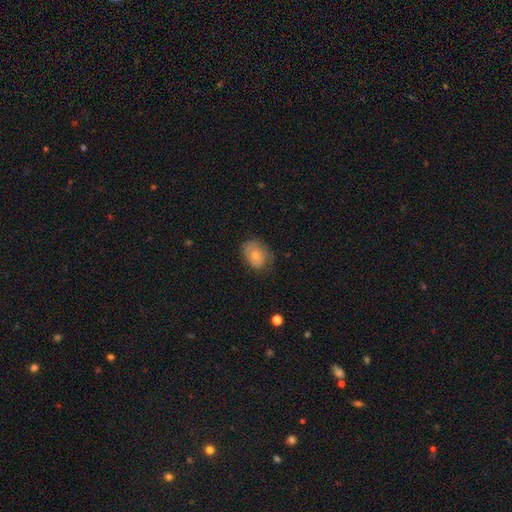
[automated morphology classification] Smooth or featured: smooth — 70% (featured or disk — 23%)
How rounded: in between — 63% (round — 36%)
Merging: none — 59% (minor disturbance — 30%)